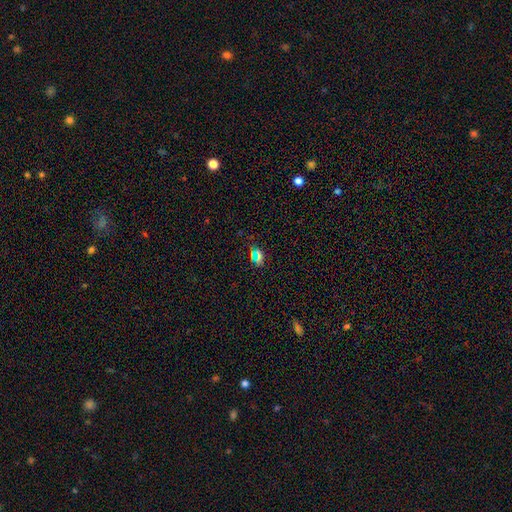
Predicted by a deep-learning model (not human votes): This is possibly a smooth galaxy (54%). How rounded: likely in between (62%). Merging: likely none (78%).